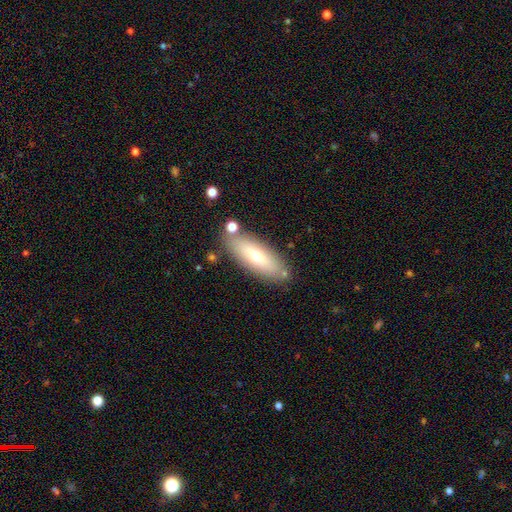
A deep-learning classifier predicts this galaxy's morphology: Smooth or featured?
  - smooth: 61% *
  - featured or disk: 31%
  - star or artifact: 8%
How rounded?
  - in between: 64% *
  - cigar-shaped: 34%
  - round: 3%
Merging?
  - none: 80% *
  - minor disturbance: 11%
  - merger: 6%
  - major disturbance: 3%